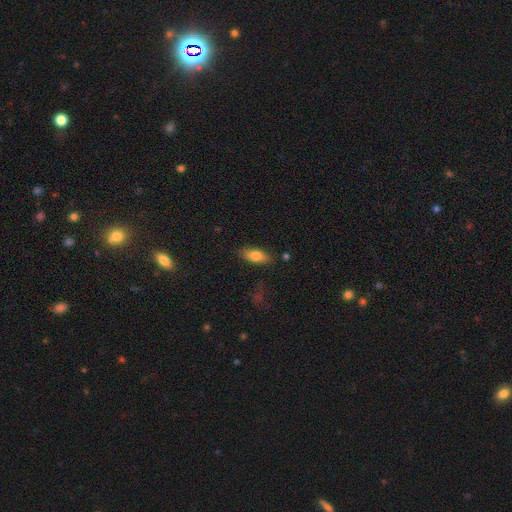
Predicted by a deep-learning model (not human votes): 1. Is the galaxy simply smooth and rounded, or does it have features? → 78% smooth, 15% featured or disk, 7% star or artifact.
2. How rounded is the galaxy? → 79% in between, 18% cigar-shaped, 3% round.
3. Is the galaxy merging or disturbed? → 82% none, 13% minor disturbance, 3% major disturbance, 2% merger.